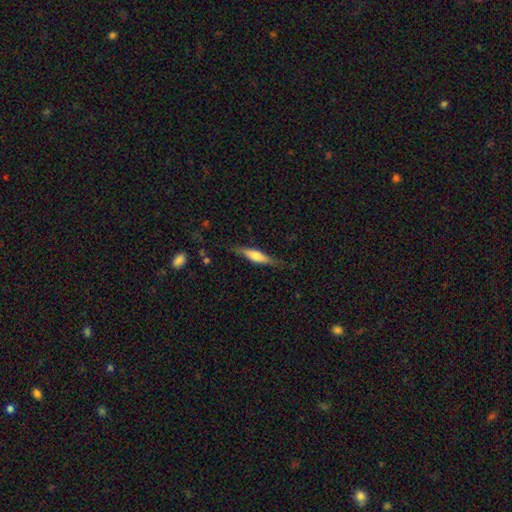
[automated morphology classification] This appears to be a smooth galaxy with no disk features (52%) that is cigar-shaped (76%). Merging: none (79%).